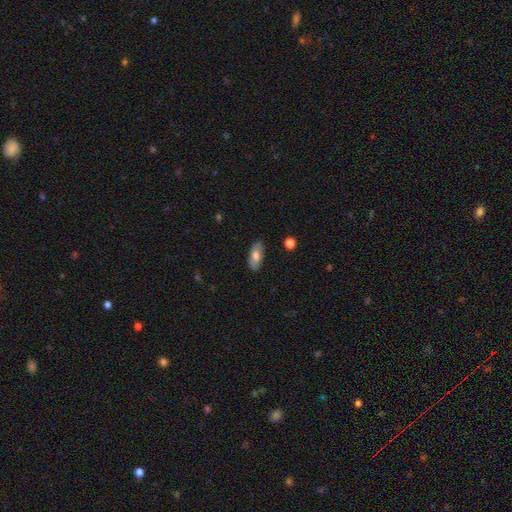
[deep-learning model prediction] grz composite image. It shows a smooth galaxy with no disk features (69%) that is in between round and cigar-shaped (86%). Merging: none (84%).